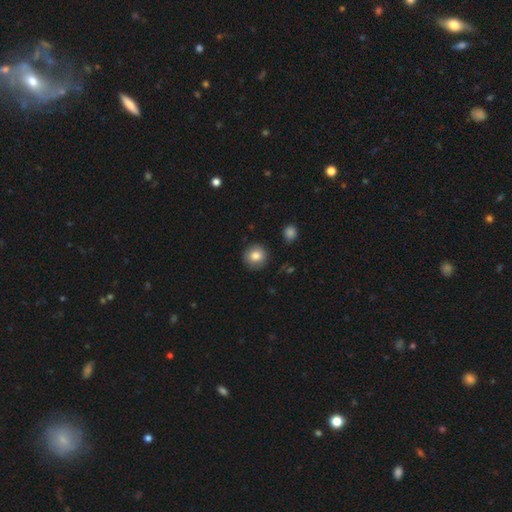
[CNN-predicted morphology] A smooth galaxy with no disk features (83%) that is round (92%).

Vote fractions:
- Smooth or featured? smooth: 83% / star or artifact: 9% / featured or disk: 8%
- How rounded? round: 92% / in between: 7% / cigar-shaped: 1%
- Merging? none: 88% / minor disturbance: 8% / major disturbance: 2% / merger: 2%